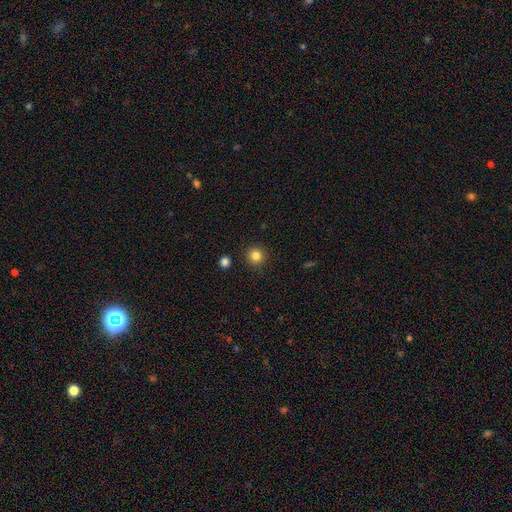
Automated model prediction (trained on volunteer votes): Smooth or featured? Predicted: smooth (p=0.84). How rounded? Predicted: round (p=0.94). Merging? Predicted: none (p=0.90).